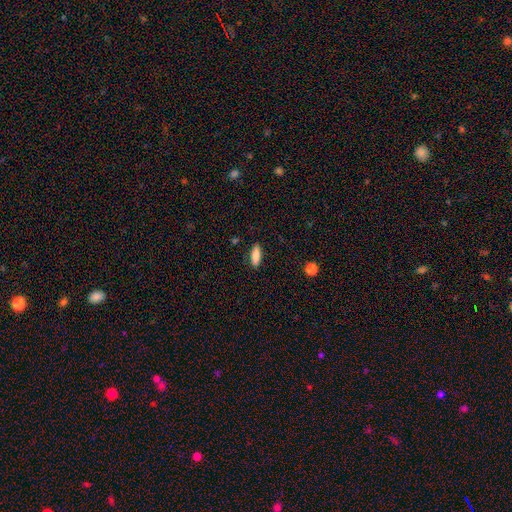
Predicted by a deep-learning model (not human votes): Overall: smooth (83%). How rounded: in between (64%; cigar-shaped 34%). Merging: none (87%).